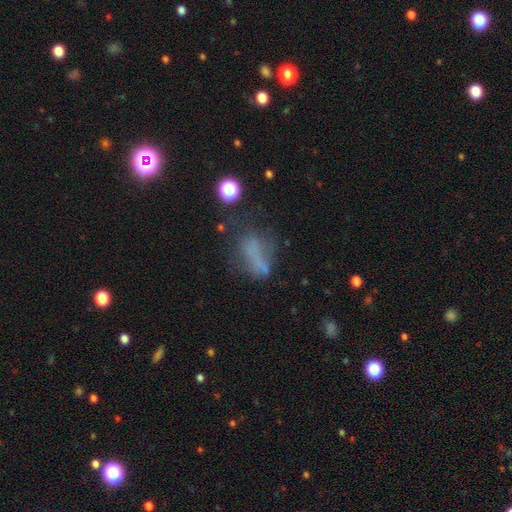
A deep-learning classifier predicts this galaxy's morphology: Q: Smooth or featured?
A: smooth (51%); runner-up: featured or disk (25%)
Q: How rounded?
A: in between (65%); runner-up: cigar-shaped (21%)
Q: Merging?
A: none (38%); runner-up: major disturbance (30%)